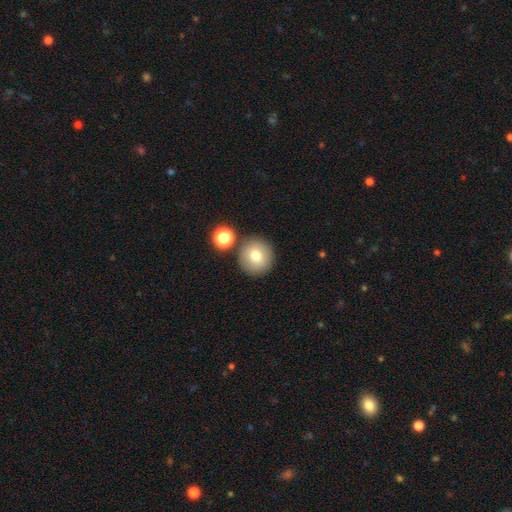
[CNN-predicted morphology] This appears to be a smooth galaxy with no disk features (77%) that is round (94%). Merging: none (81%).